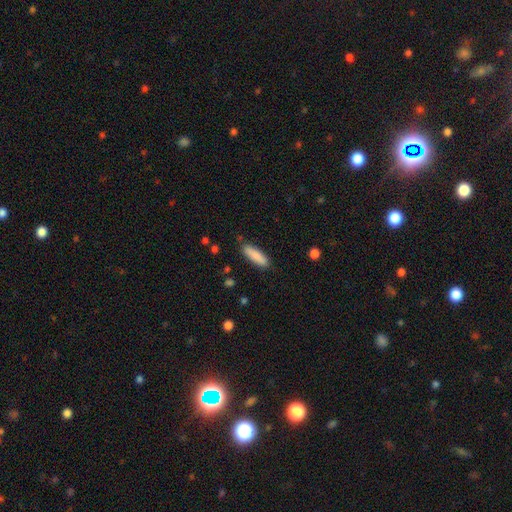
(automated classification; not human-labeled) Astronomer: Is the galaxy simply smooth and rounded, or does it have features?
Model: smooth — 87%.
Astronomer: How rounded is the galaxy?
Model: cigar-shaped — 59% (runner-up: in between, 40%).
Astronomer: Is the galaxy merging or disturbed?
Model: none — 86%.